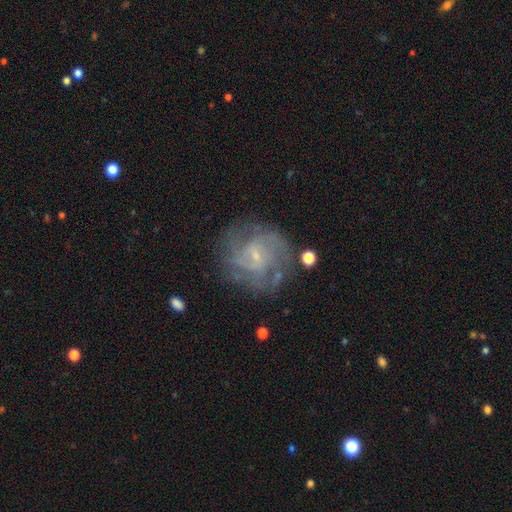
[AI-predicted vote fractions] Overall: featured or disk (77%). Edge-on disk: no (98%). Bar: weak (51%; no 40%). Spiral arms: yes (88%). Spiral arm count: can't tell (40%; 2 25%). Spiral winding: tight (45%; medium 41%). Bulge size: small (75%). Merging: none (73%).